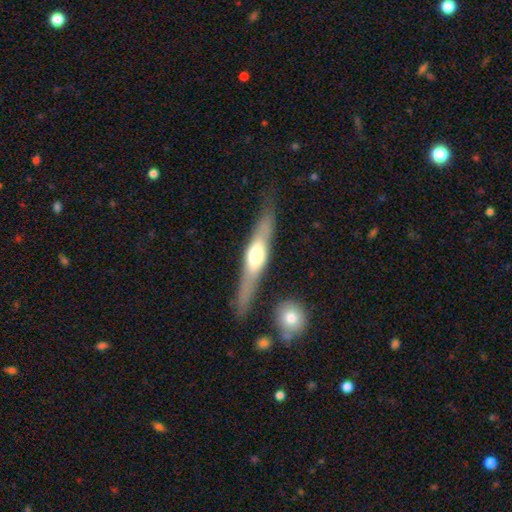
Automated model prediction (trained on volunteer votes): A featured or disk galaxy (61%) viewed edge-on (91%) with a rounded central bulge (89%). Merging: none (80%).